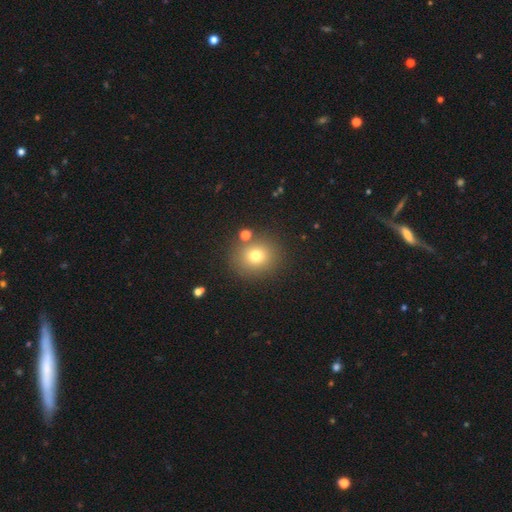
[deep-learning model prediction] Smooth or featured? Predicted: smooth (p=0.73). How rounded? Predicted: round (p=0.82). Merging? Predicted: none (p=0.81).